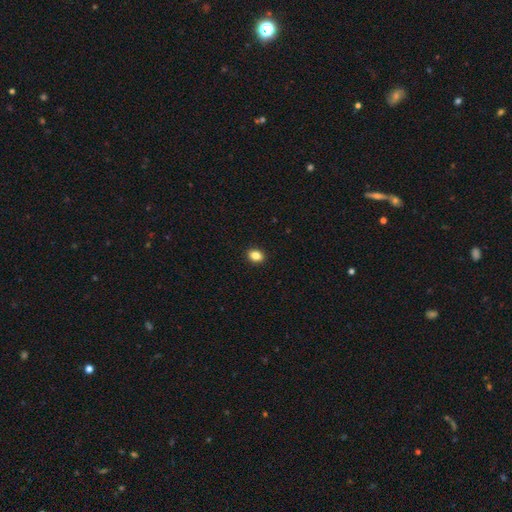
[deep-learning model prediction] The model was most divided on "how rounded": in between: 53%, round: 46%, cigar-shaped: 1%. More confident: merging — none (92%); smooth or featured — smooth (85%).